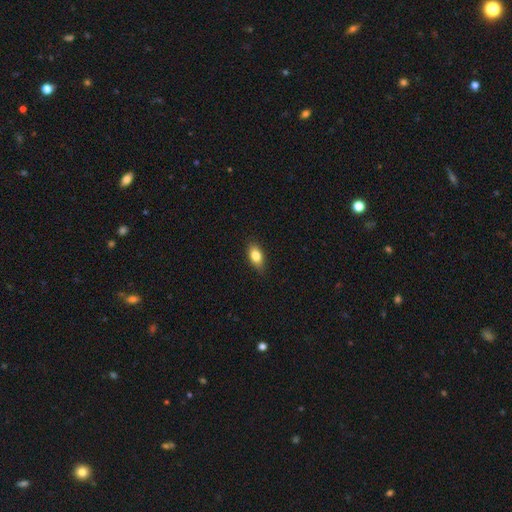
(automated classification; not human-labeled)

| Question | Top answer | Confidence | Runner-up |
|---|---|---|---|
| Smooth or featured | smooth | 81% | featured or disk (11%) |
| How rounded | in between | 86% | round (8%) |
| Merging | none | 85% | minor disturbance (12%) |